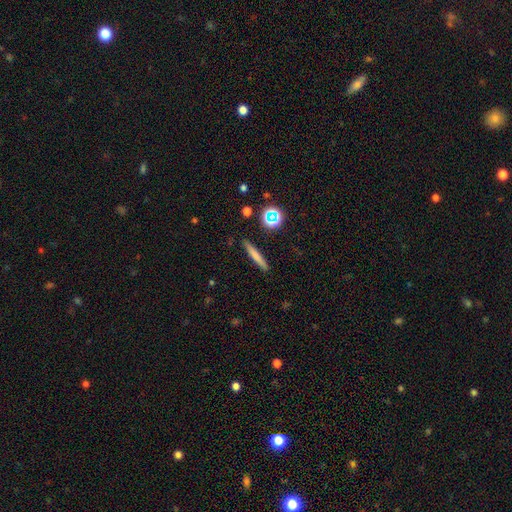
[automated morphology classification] Smooth or featured: smooth — 69% (featured or disk — 21%)
How rounded: cigar-shaped — 93% (in between — 5%)
Merging: none — 89% (minor disturbance — 7%)